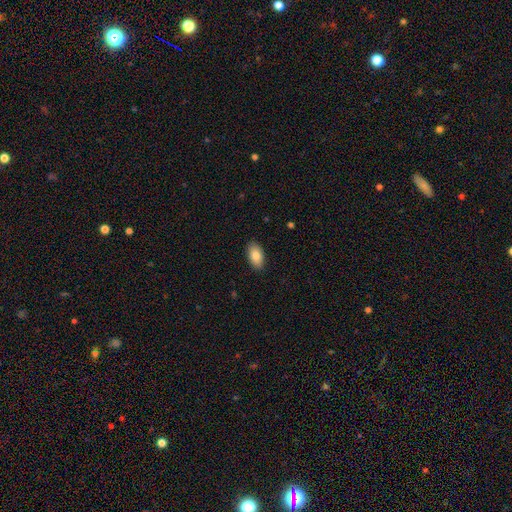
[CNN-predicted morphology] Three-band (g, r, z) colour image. It shows a smooth galaxy with no disk features (85%) that is in between round and cigar-shaped (94%). Merging: none (89%).